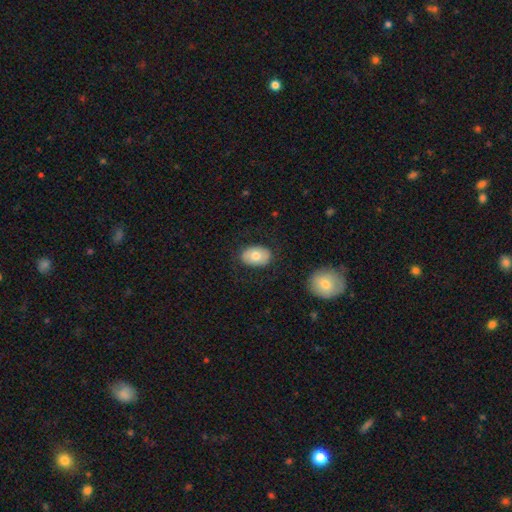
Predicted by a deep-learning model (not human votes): smooth-or-featured: smooth: 72% | featured or disk: 22% | star or artifact: 6%
  how-rounded: in between: 82% | round: 16% | cigar-shaped: 1%
  merging: none: 84% | minor disturbance: 12% | major disturbance: 3% | merger: 1%